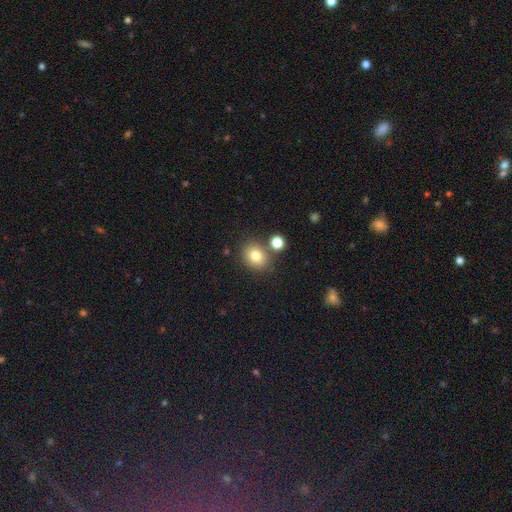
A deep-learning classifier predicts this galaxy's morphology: Smooth or featured?
  - smooth: 78% *
  - star or artifact: 12%
  - featured or disk: 9%
How rounded?
  - round: 64% *
  - in between: 35%
  - cigar-shaped: 1%
Merging?
  - none: 73% *
  - merger: 13%
  - minor disturbance: 10%
  - major disturbance: 3%